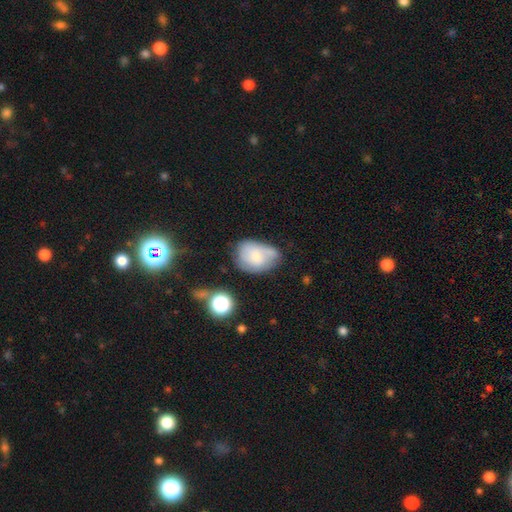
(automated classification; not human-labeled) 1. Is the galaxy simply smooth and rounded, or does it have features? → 65% smooth, 25% featured or disk, 9% star or artifact.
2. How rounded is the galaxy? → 78% in between, 21% round, 1% cigar-shaped.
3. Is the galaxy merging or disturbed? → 44% none, 34% minor disturbance, 14% major disturbance, 8% merger.